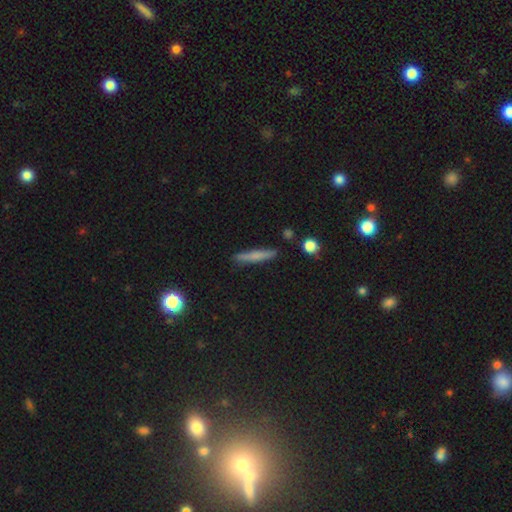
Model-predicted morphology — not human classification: Q: Smooth or featured?
A: smooth (67%); runner-up: featured or disk (25%)
Q: How rounded?
A: cigar-shaped (91%); runner-up: in between (6%)
Q: Merging?
A: none (86%); runner-up: minor disturbance (9%)